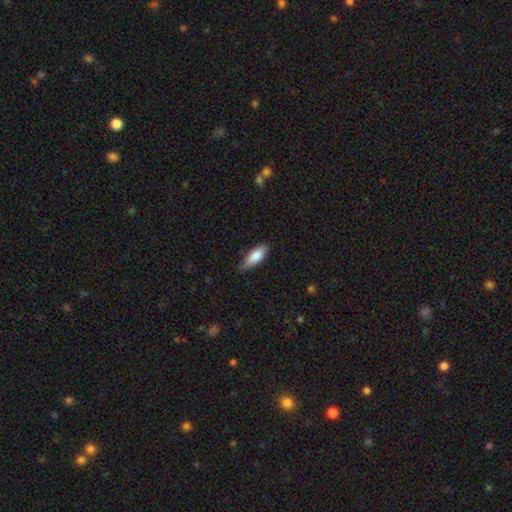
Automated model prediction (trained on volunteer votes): This is clearly a smooth galaxy (81%). How rounded: likely in between (71%). Merging: likely none (76%).